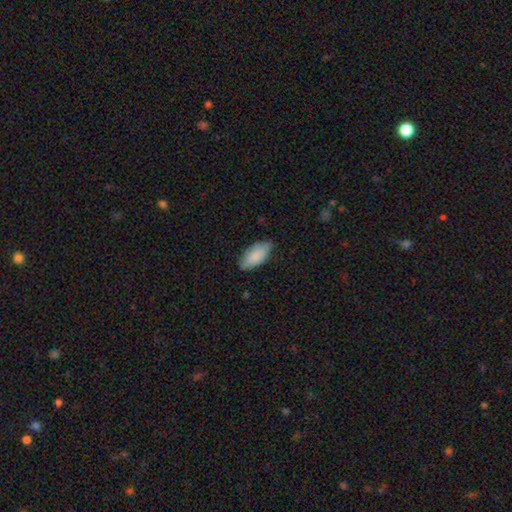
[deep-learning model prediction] Smooth or featured?
  - smooth: 85% *
  - featured or disk: 10%
  - star or artifact: 6%
How rounded?
  - in between: 90% *
  - cigar-shaped: 9%
  - round: 2%
Merging?
  - none: 74% *
  - minor disturbance: 22%
  - major disturbance: 3%
  - merger: 1%